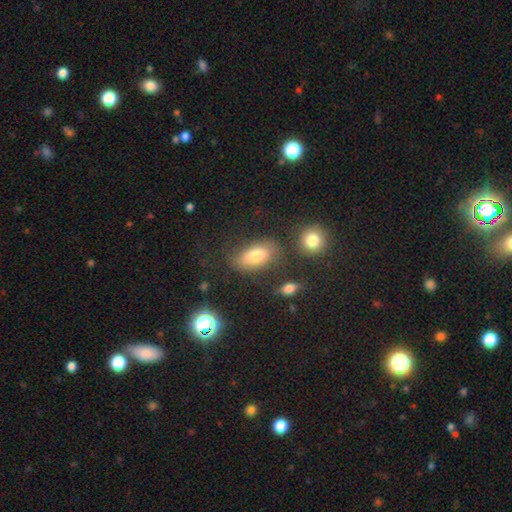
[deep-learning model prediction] Smooth or featured?
  - smooth: 73% *
  - featured or disk: 15%
  - star or artifact: 12%
How rounded?
  - in between: 87% *
  - round: 8%
  - cigar-shaped: 5%
Merging?
  - none: 71% *
  - minor disturbance: 16%
  - major disturbance: 6%
  - merger: 6%